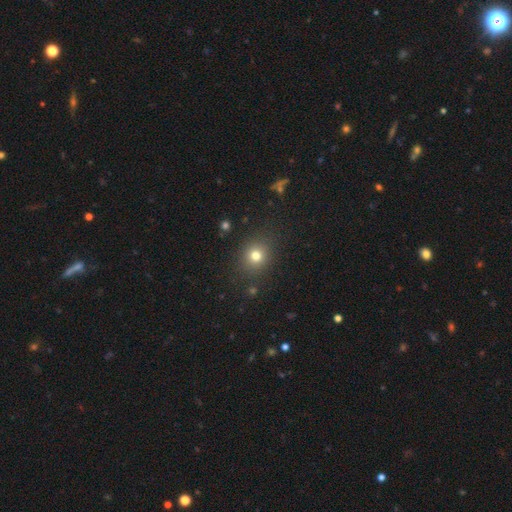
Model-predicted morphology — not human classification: Q: Smooth or featured?
A: smooth (77%); runner-up: star or artifact (15%)
Q: How rounded?
A: round (77%); runner-up: in between (22%)
Q: Merging?
A: none (86%); runner-up: minor disturbance (9%)